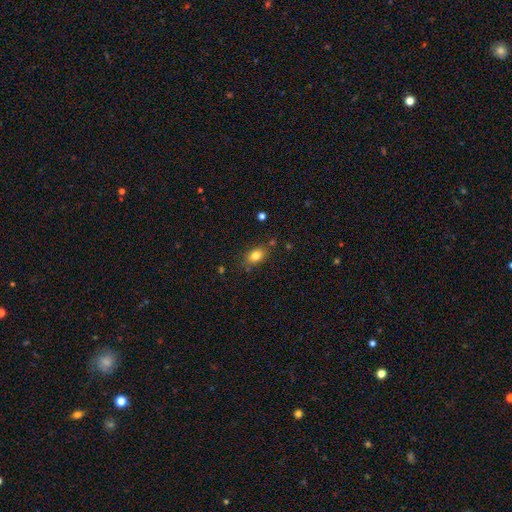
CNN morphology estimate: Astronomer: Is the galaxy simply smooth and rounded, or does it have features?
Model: smooth — 81%.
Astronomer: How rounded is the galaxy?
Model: in between — 76%.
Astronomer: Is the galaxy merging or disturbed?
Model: none — 77%.